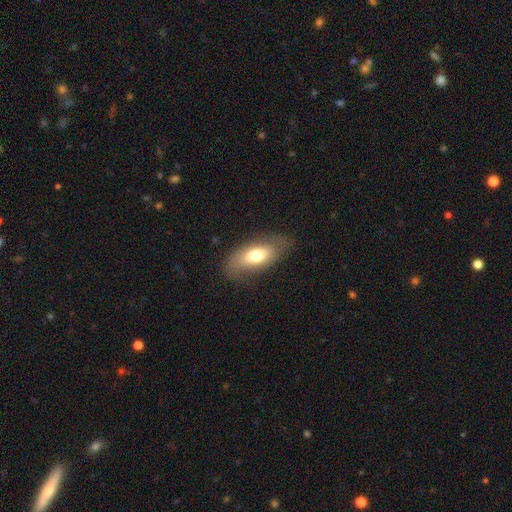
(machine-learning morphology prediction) This is likely a smooth galaxy (67%). How rounded: clearly in between (85%). Merging: likely none (77%).